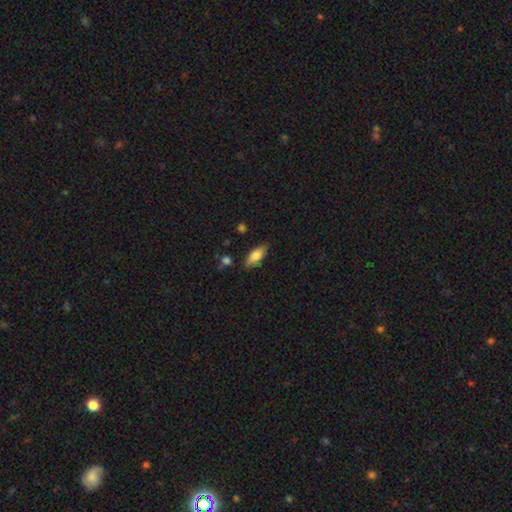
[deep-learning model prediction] Morphology: type=smooth (75%); roundness=in between (71%); merging=none (82%).